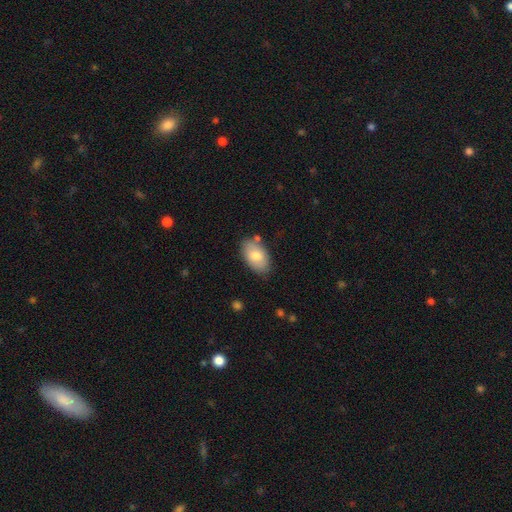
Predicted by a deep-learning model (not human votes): Q: Smooth or featured?
A: smooth (76%); runner-up: featured or disk (17%)
Q: How rounded?
A: in between (93%); runner-up: round (5%)
Q: Merging?
A: none (78%); runner-up: minor disturbance (15%)